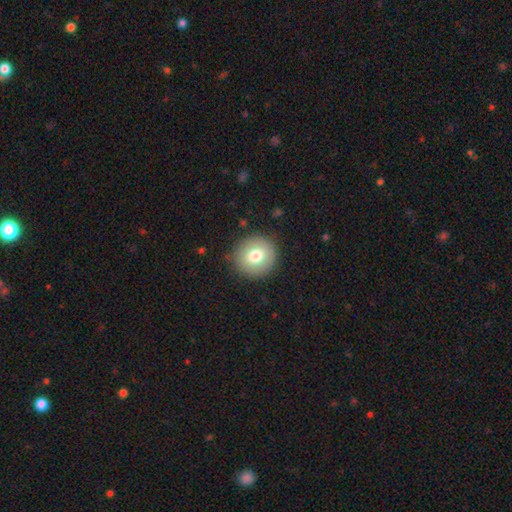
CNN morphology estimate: Smooth or featured: smooth — 76% (featured or disk — 15%)
How rounded: round — 94% (in between — 5%)
Merging: none — 89% (minor disturbance — 7%)